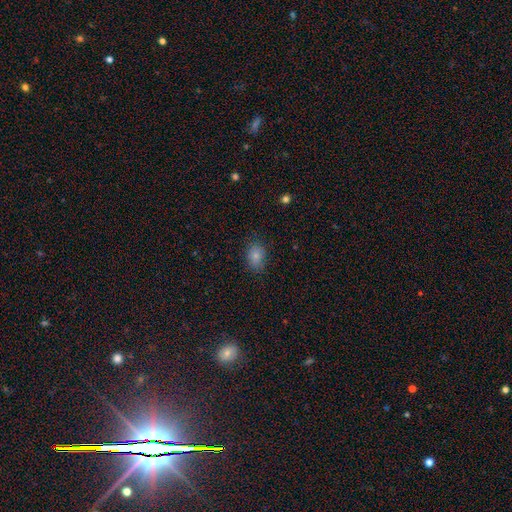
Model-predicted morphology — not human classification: smooth_or_featured: smooth (p=0.81) [alt: star or artifact p=0.11]
how_rounded: in between (p=0.71) [alt: round p=0.28]
merging: none (p=0.79) [alt: minor disturbance p=0.16]